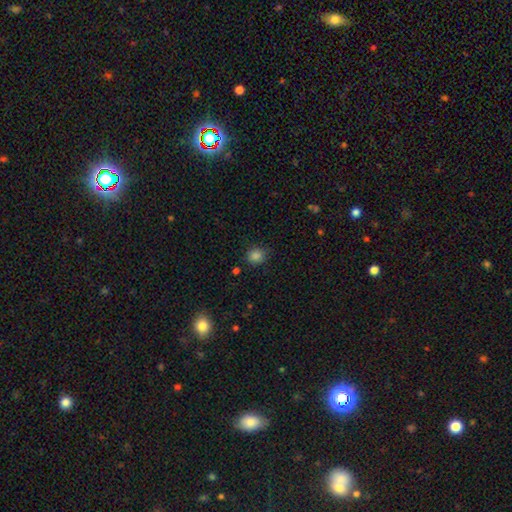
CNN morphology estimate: Smooth or featured? Predicted: smooth (p=0.84). How rounded? Predicted: round (p=0.74). Merging? Predicted: none (p=0.84).